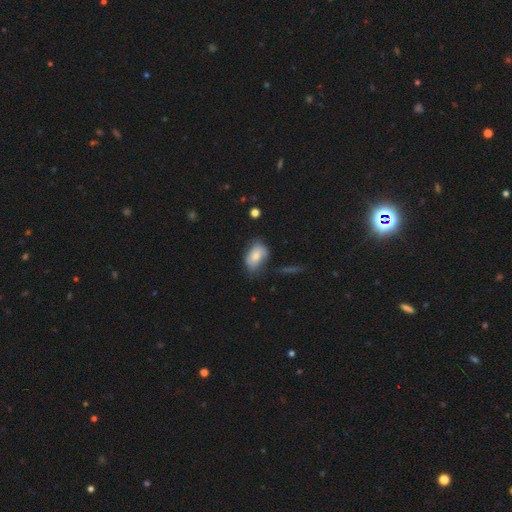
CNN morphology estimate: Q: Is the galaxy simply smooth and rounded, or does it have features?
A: smooth — 74%.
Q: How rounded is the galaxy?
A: in between — 87%.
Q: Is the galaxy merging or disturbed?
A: none — 52%.